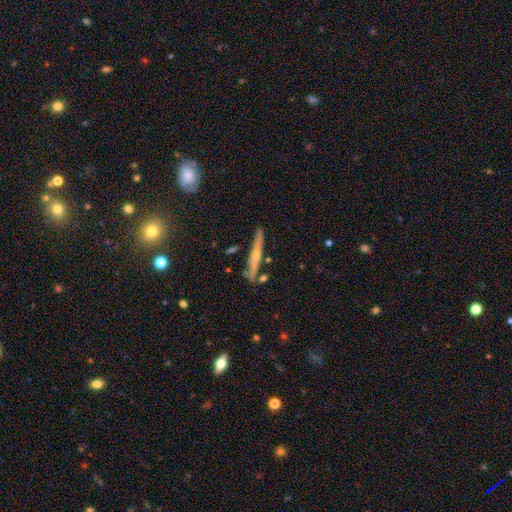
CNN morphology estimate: type=featured or disk (67%); edge-on=yes (95%); edge-on bulge=rounded (75%); merging=none (81%).